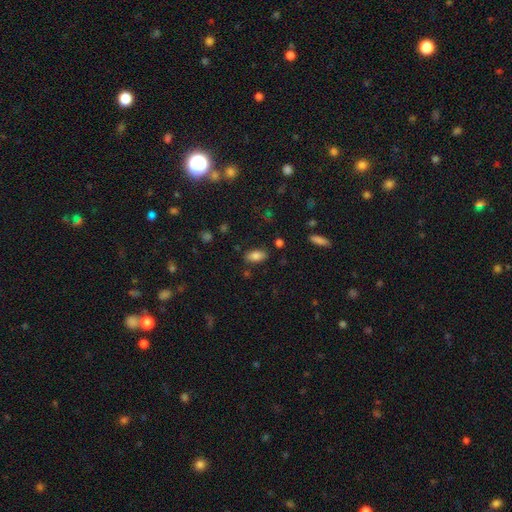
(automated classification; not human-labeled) Q: Smooth or featured?
A: smooth (82%); runner-up: featured or disk (9%)
Q: How rounded?
A: in between (90%); runner-up: cigar-shaped (6%)
Q: Merging?
A: none (83%); runner-up: minor disturbance (11%)